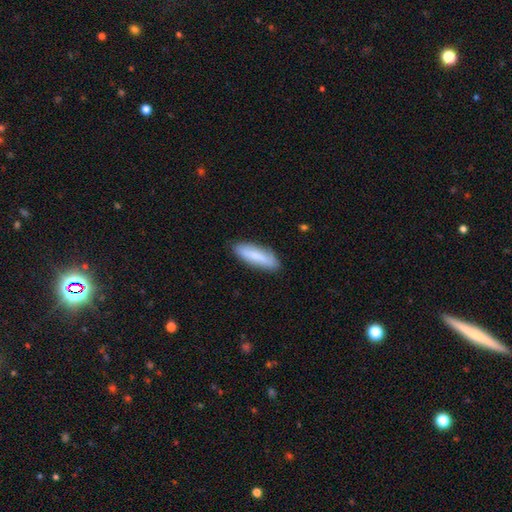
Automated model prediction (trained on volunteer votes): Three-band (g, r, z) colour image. It shows a smooth galaxy with no disk features (78%) that is cigar-shaped (56%). Merging: none (84%).